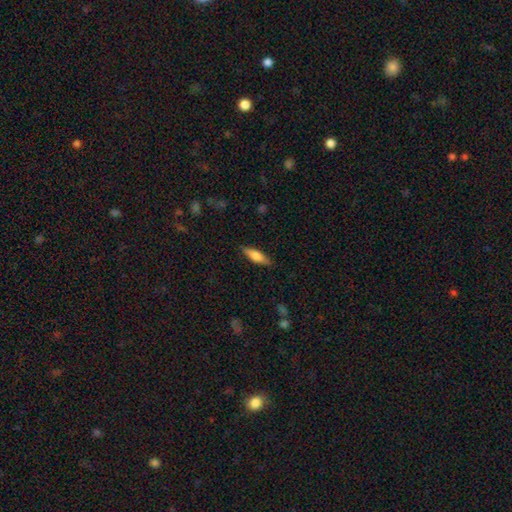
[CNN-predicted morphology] A smooth galaxy with no disk features (65%) that is cigar-shaped (52%).

Vote fractions:
- Smooth or featured? smooth: 65% / featured or disk: 29% / star or artifact: 6%
- How rounded? cigar-shaped: 52% / in between: 46% / round: 2%
- Merging? none: 86% / minor disturbance: 11% / major disturbance: 2% / merger: 1%